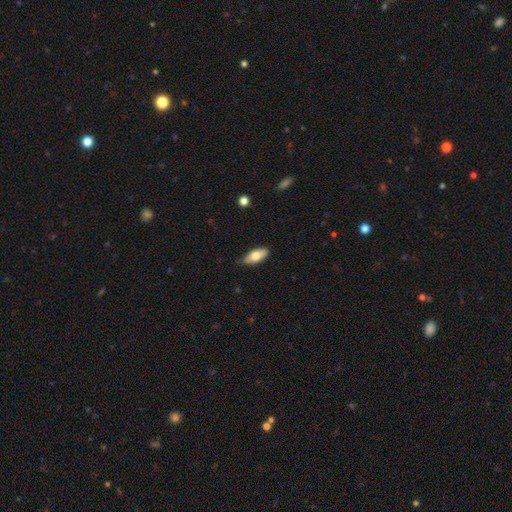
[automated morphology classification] Smooth or featured? smooth (70%)
How rounded? in between (85%)
Merging? none (79%)